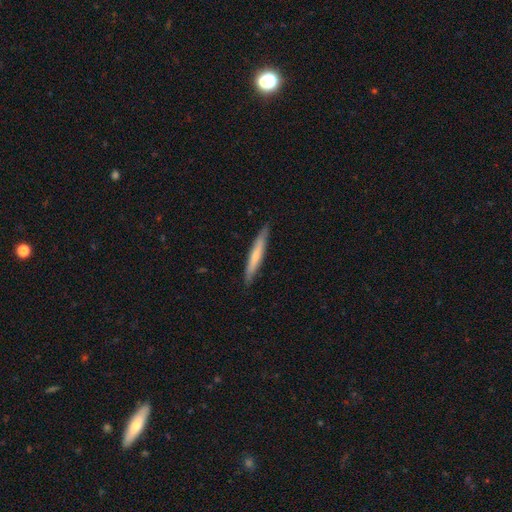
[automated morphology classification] Q: Smooth or featured?
A: smooth (53%); runner-up: featured or disk (41%)
Q: How rounded?
A: cigar-shaped (94%); runner-up: in between (5%)
Q: Merging?
A: none (87%); runner-up: minor disturbance (10%)